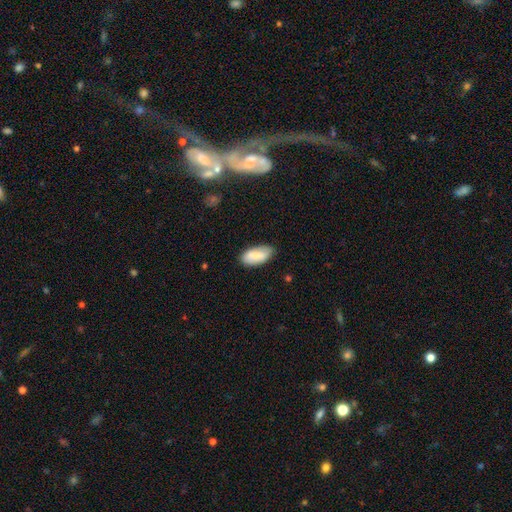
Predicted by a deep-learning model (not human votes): This is likely a smooth galaxy (77%). How rounded: clearly in between (93%). Merging: likely none (79%).